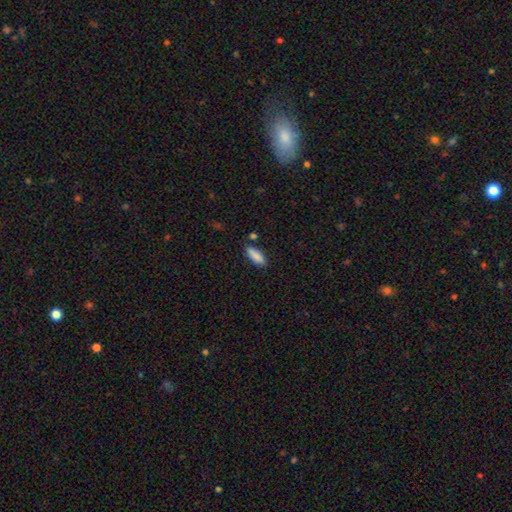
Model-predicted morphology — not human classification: type=smooth (88%); roundness=in between (60%); merging=none (80%).